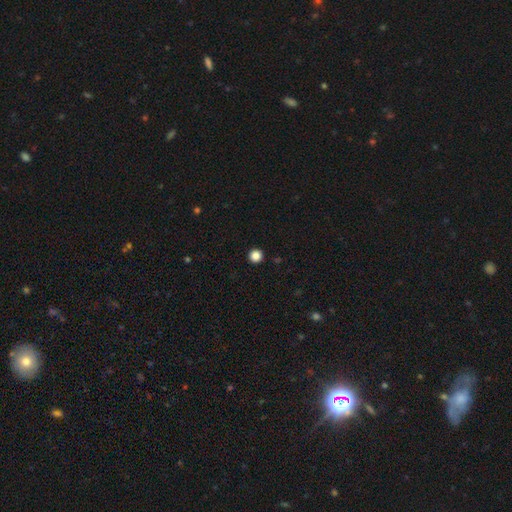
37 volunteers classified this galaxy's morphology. smooth-or-featured: smooth: 84% | featured or disk: 8% | star or artifact: 8%
  how-rounded: round: 97% | in between: 3% | cigar-shaped: 0%
  merging: none: 97% | minor disturbance: 3% | major disturbance: 0% | merger: 0%